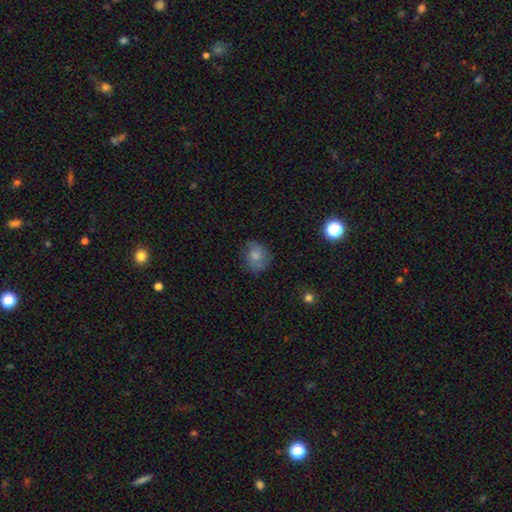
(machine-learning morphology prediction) Smooth or featured: smooth — 63% (featured or disk — 26%)
How rounded: round — 71% (in between — 28%)
Merging: none — 66% (minor disturbance — 23%)